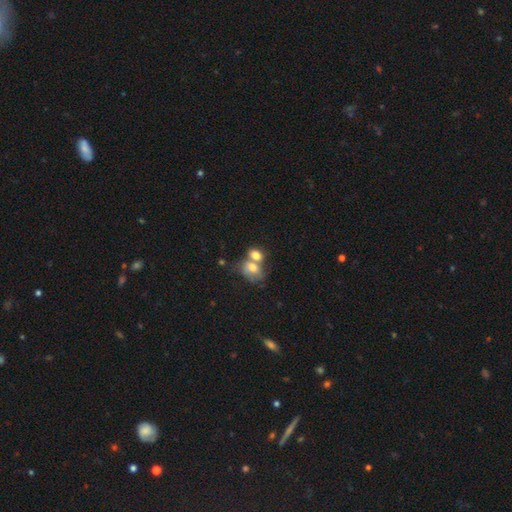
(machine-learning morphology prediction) Q: Smooth or featured?
A: smooth (72%); runner-up: featured or disk (19%)
Q: How rounded?
A: in between (65%); runner-up: round (34%)
Q: Merging?
A: merger (68%); runner-up: none (20%)